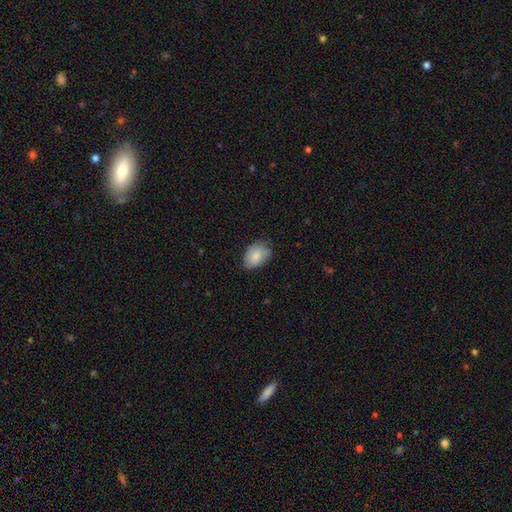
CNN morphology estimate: smooth_or_featured: smooth (p=0.81) [alt: featured or disk p=0.13]
how_rounded: in between (p=0.82) [alt: round p=0.17]
merging: none (p=0.72) [alt: minor disturbance p=0.23]